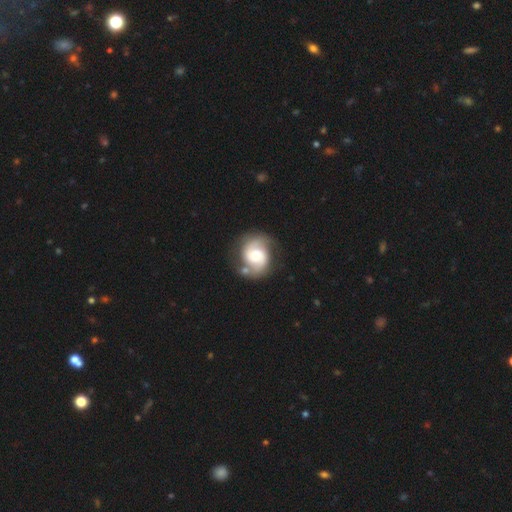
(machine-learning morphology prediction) The model was most divided on "bar": no: 55%, weak: 37%, strong: 9%. Remaining: edge-on disk — no (98%); spiral arms — yes (94%); spiral arm count — 2 (90%); smooth or featured — featured or disk (78%); merging — none (69%); spiral winding — medium (50%); bulge size — moderate (50%).